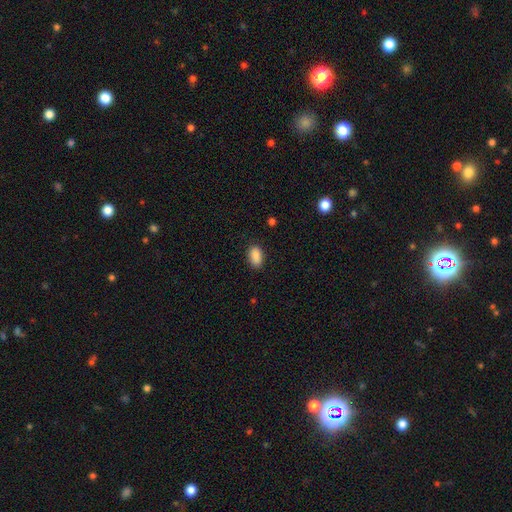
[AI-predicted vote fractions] The model was most divided on "merging": none: 86%, minor disturbance: 11%, major disturbance: 3%, merger: 1%. More confident: how rounded — in between (92%); smooth or featured — smooth (89%).